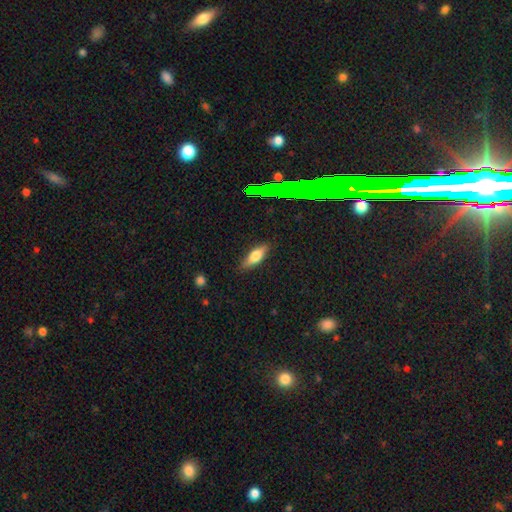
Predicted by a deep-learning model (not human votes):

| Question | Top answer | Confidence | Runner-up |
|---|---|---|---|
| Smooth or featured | smooth | 70% | featured or disk (22%) |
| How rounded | in between | 65% | cigar-shaped (33%) |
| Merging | none | 83% | minor disturbance (13%) |